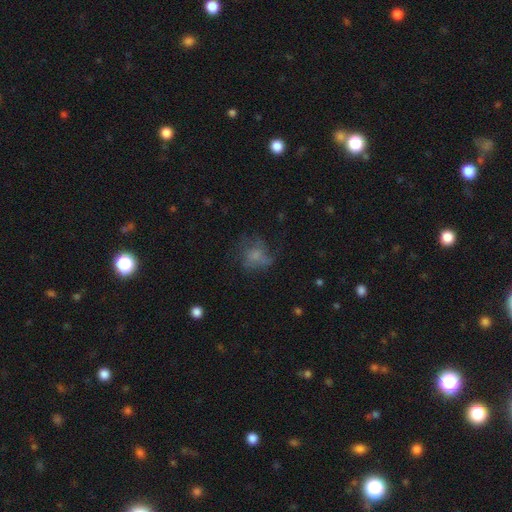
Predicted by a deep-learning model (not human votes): Smooth or featured? smooth (51%)
How rounded? round (62%)
Merging? none (45%)